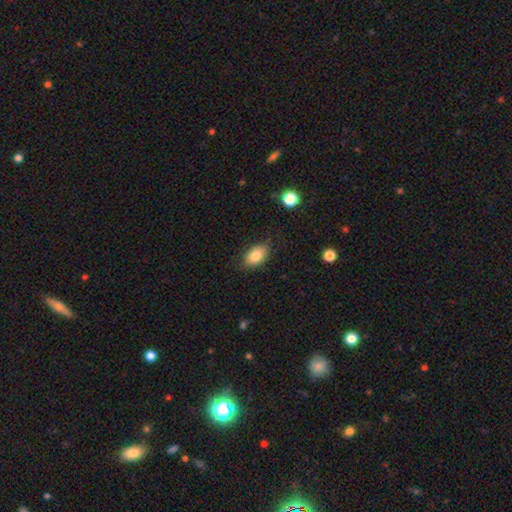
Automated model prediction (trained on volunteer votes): Q: Smooth or featured?
A: smooth (82%); runner-up: featured or disk (10%)
Q: How rounded?
A: in between (89%); runner-up: round (9%)
Q: Merging?
A: none (80%); runner-up: minor disturbance (16%)